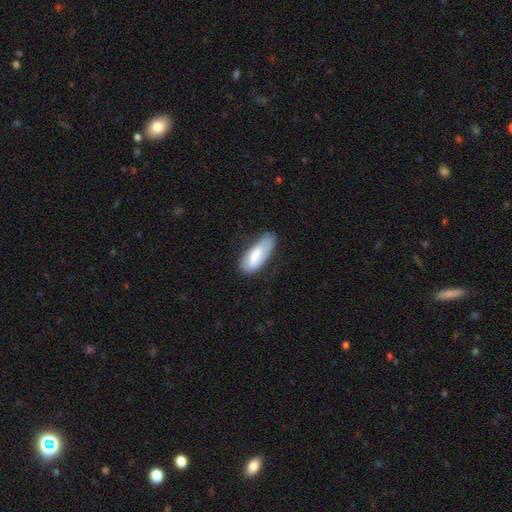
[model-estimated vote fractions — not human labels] The model was most divided on "merging": none: 55%, minor disturbance: 33%, major disturbance: 10%, merger: 2%. More confident: how rounded — in between (76%); smooth or featured — smooth (72%).